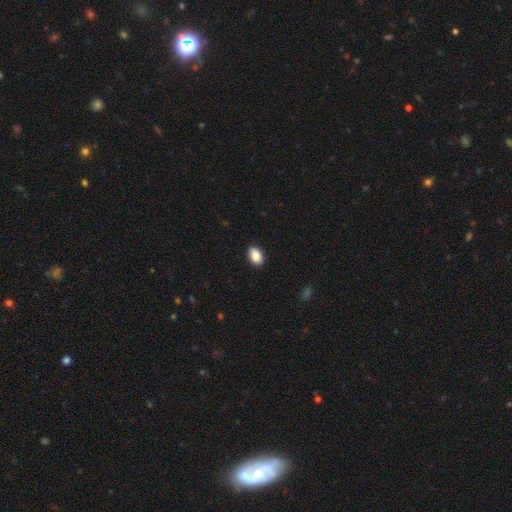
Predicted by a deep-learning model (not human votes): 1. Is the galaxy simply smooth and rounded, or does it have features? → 88% smooth, 7% star or artifact, 5% featured or disk.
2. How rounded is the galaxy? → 89% in between, 10% round, 1% cigar-shaped.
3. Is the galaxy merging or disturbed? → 89% none, 9% minor disturbance, 2% major disturbance, 1% merger.